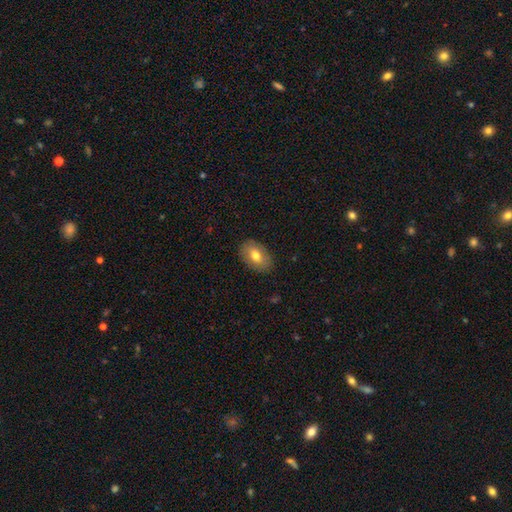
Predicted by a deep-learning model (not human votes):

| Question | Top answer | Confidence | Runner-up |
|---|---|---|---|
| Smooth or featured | smooth | 72% | featured or disk (21%) |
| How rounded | in between | 88% | round (11%) |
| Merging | none | 86% | minor disturbance (11%) |